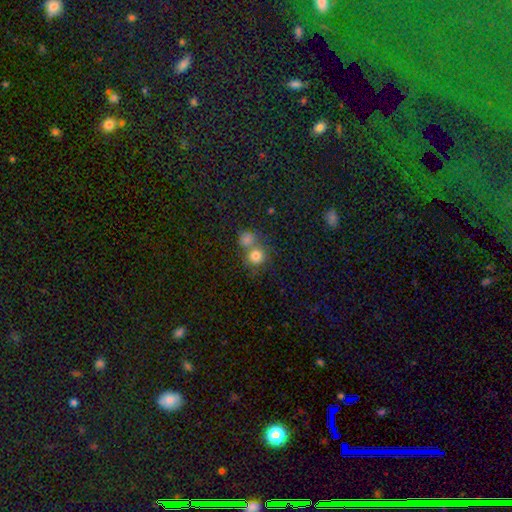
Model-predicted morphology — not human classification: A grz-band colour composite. It shows a smooth galaxy with no disk features (80%) that is round (88%). Merging: none (48%).